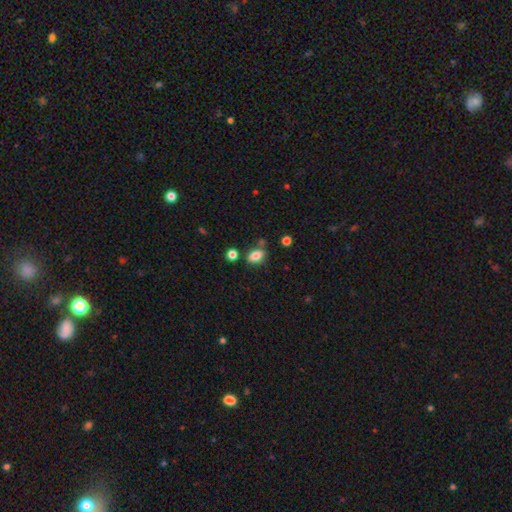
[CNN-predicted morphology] type=smooth (80%); roundness=in between (83%); merging=none (69%).